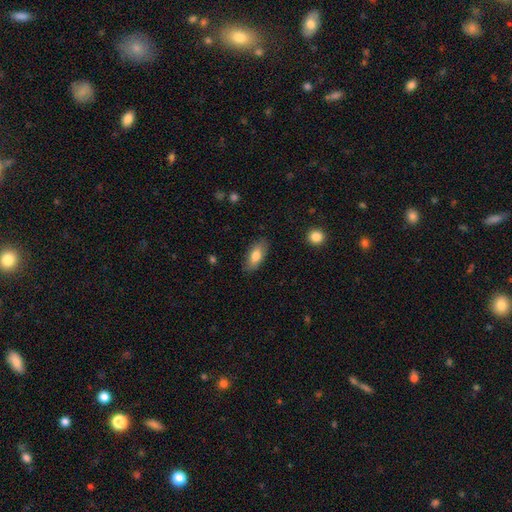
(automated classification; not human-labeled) A smooth galaxy with no disk features (76%) that is in between round and cigar-shaped (84%). Merging: none (84%).